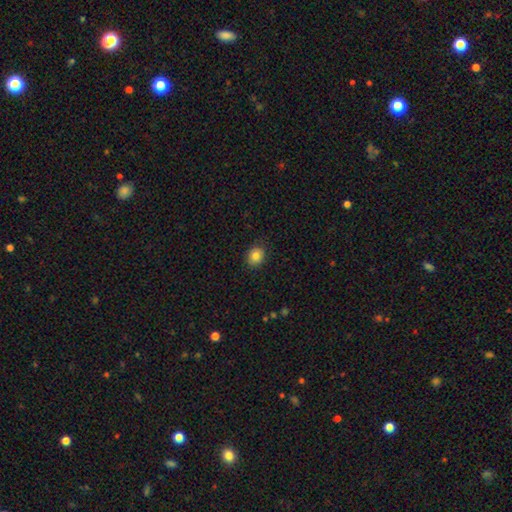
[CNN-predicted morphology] Smooth or featured? smooth (83%)
How rounded? round (61%)
Merging? none (88%)